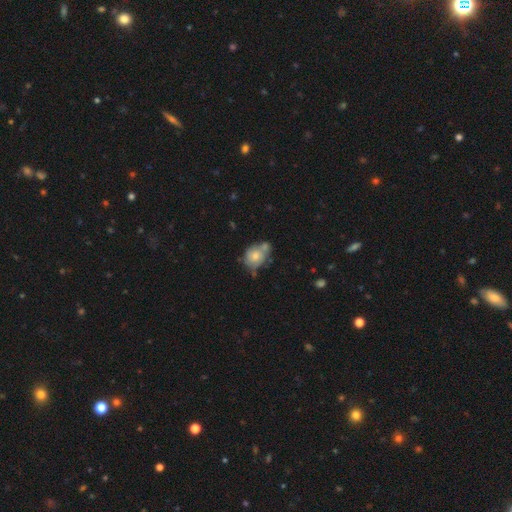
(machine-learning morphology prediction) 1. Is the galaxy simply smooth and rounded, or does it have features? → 65% smooth, 26% featured or disk, 8% star or artifact.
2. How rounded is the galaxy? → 56% round, 42% in between, 1% cigar-shaped.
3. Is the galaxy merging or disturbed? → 38% none, 34% merger, 21% minor disturbance, 7% major disturbance.